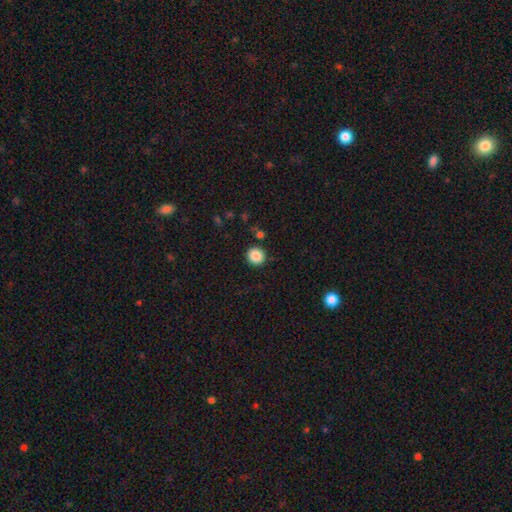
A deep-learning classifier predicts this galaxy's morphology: smooth_or_featured: smooth (p=0.87) [alt: star or artifact p=0.09]
how_rounded: round (p=0.92) [alt: in between p=0.08]
merging: none (p=0.90) [alt: minor disturbance p=0.06]